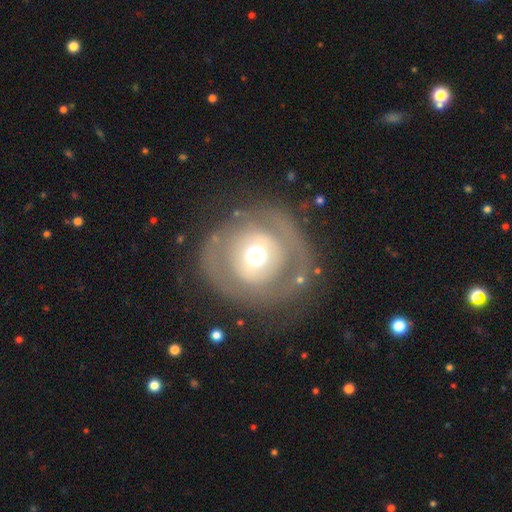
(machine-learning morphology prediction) Smooth or featured: featured or disk — 53% (smooth — 39%)
Edge-on disk: no — 95% (yes — 5%)
Bar: no — 74% (weak — 17%)
Spiral arms: no — 75% (yes — 25%)
Bulge size: moderate — 61% (large — 22%)
Merging: none — 70% (minor disturbance — 14%)